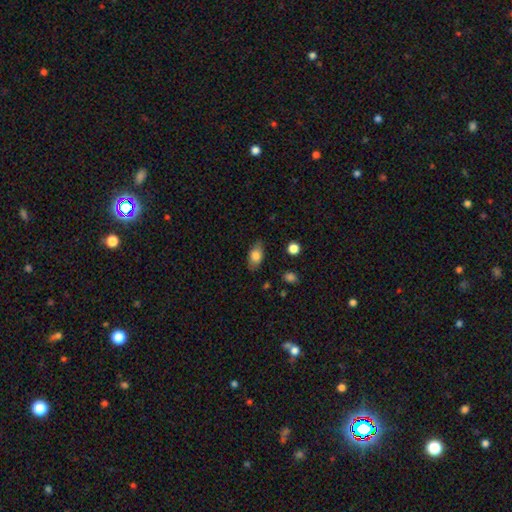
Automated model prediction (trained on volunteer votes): Smooth or featured? Predicted: smooth (p=0.79). How rounded? Predicted: in between (p=0.88). Merging? Predicted: none (p=0.80).